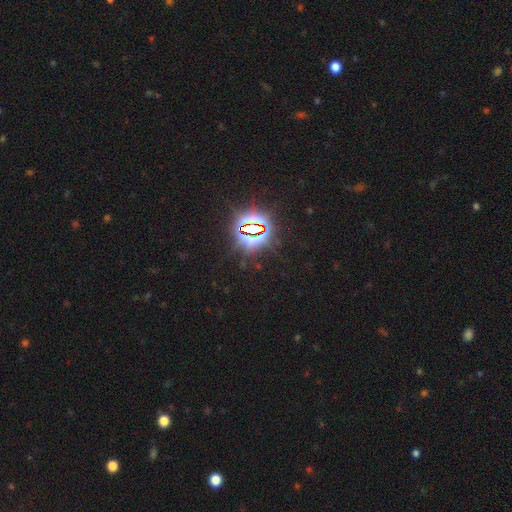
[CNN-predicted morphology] smooth-or-featured: star or artifact: 84% | smooth: 10% | featured or disk: 6%